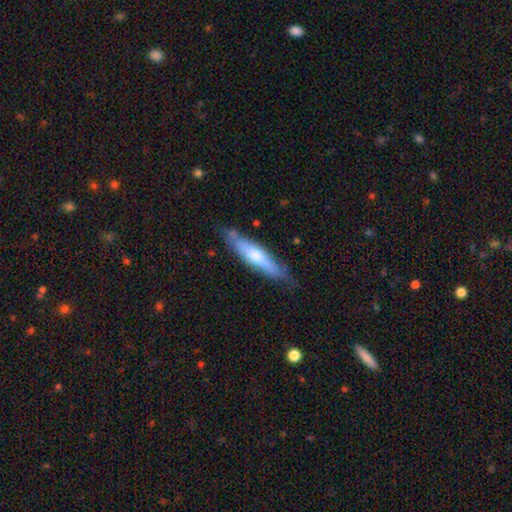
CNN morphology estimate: type=smooth (53%); roundness=cigar-shaped (79%); merging=none (70%).